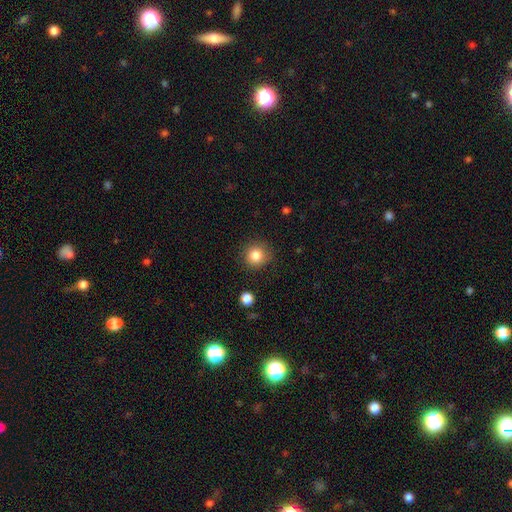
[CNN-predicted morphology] type=smooth (84%); roundness=round (91%); merging=none (87%).